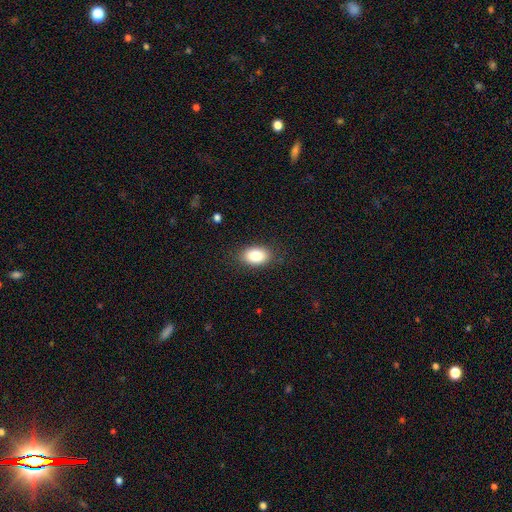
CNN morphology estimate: A smooth galaxy with no disk features (86%) that is in between round and cigar-shaped (90%). Merging: none (85%).